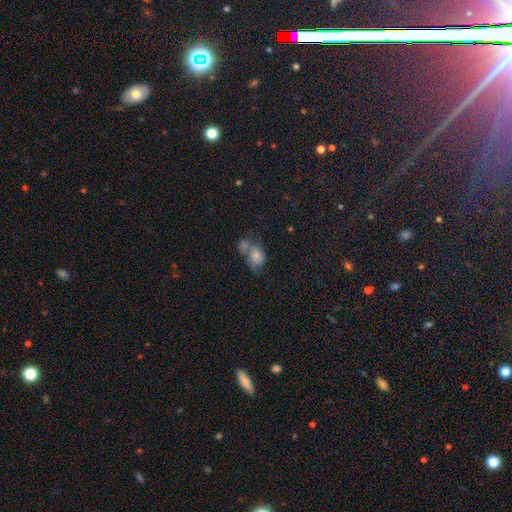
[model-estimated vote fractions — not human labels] The model was most divided on "how rounded": in between: 58%, round: 41%, cigar-shaped: 1%. More confident: smooth or featured — smooth (72%); merging — merger (62%).